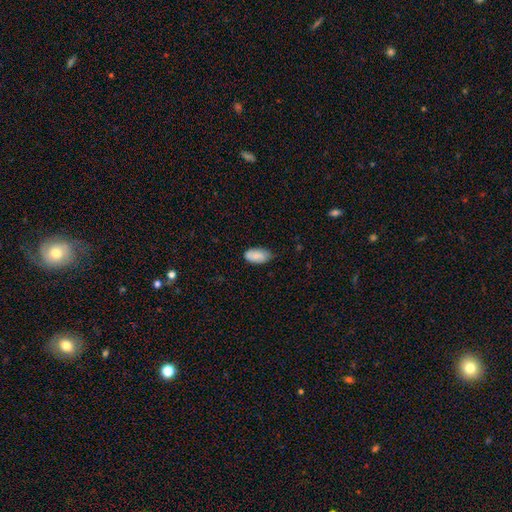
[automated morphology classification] Smooth or featured? Predicted: smooth (p=0.85). How rounded? Predicted: in between (p=0.94). Merging? Predicted: none (p=0.69).